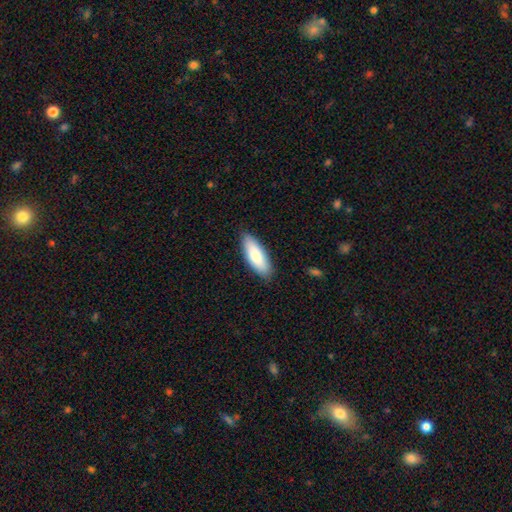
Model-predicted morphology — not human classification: Smooth or featured? smooth (81%)
How rounded? in between (65%)
Merging? none (86%)